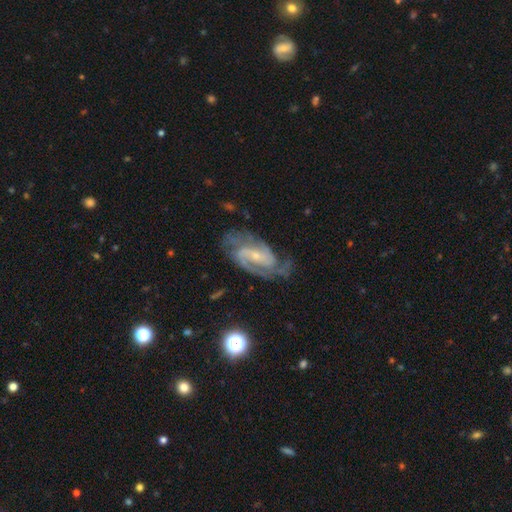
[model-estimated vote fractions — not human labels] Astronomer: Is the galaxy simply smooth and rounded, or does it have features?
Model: featured or disk — 90%.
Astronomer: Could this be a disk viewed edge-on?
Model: no — 97%.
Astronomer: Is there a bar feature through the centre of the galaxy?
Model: weak — 43% (runner-up: no, 35%).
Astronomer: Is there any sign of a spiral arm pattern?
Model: yes — 98%.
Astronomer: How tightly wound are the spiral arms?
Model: medium — 50% (runner-up: tight, 39%).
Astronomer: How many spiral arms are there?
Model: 2 — 68%.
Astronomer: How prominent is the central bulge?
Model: small — 74%.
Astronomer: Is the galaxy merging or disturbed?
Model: none — 68%.